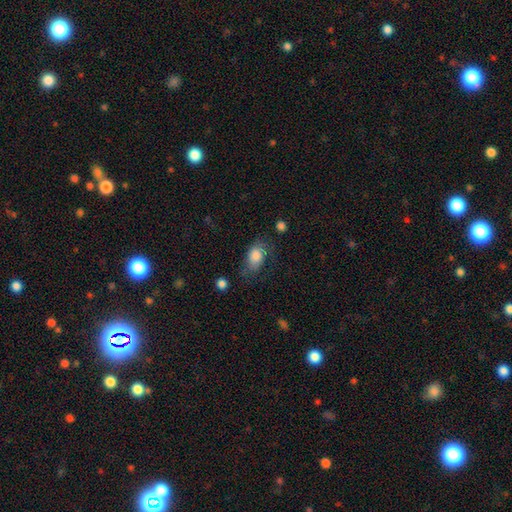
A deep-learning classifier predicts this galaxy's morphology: This appears to be a smooth galaxy with no disk features (81%) that is in between round and cigar-shaped (86%). Merging: none (53%).